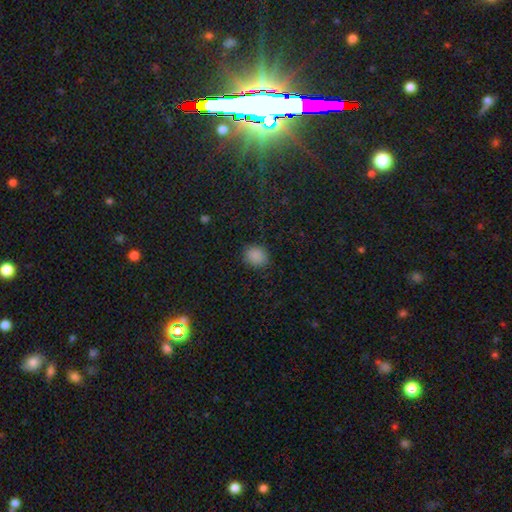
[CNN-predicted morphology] Overall: smooth (86%). How rounded: round (69%; in between 30%). Merging: none (86%).